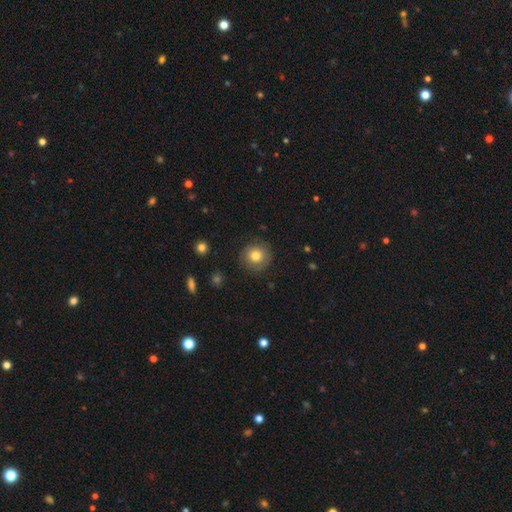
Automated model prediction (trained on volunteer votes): Q: Smooth or featured?
A: smooth (70%); runner-up: featured or disk (20%)
Q: How rounded?
A: round (91%); runner-up: in between (8%)
Q: Merging?
A: none (81%); runner-up: minor disturbance (13%)